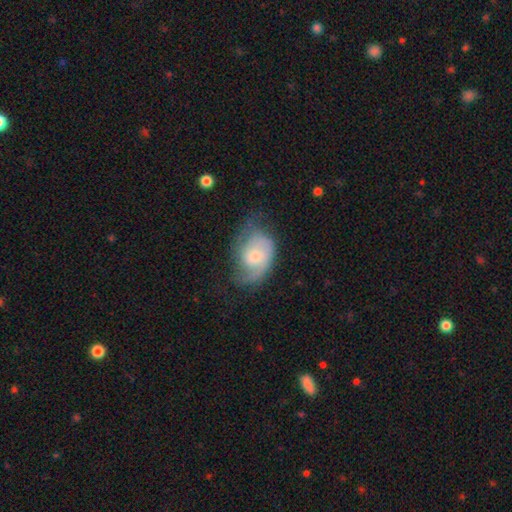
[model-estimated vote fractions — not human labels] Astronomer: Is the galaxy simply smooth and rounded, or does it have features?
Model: featured or disk — 64%.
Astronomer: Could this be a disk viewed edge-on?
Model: no — 96%.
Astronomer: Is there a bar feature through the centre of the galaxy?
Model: no — 65%.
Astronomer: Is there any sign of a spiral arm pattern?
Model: yes — 87%.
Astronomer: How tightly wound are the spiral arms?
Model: medium — 42% (runner-up: tight, 33%).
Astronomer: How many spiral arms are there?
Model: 2 — 50% (runner-up: 1, 26%).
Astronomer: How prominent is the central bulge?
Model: moderate — 48% (runner-up: small, 39%).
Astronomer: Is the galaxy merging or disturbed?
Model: none — 48% (runner-up: minor disturbance, 29%).